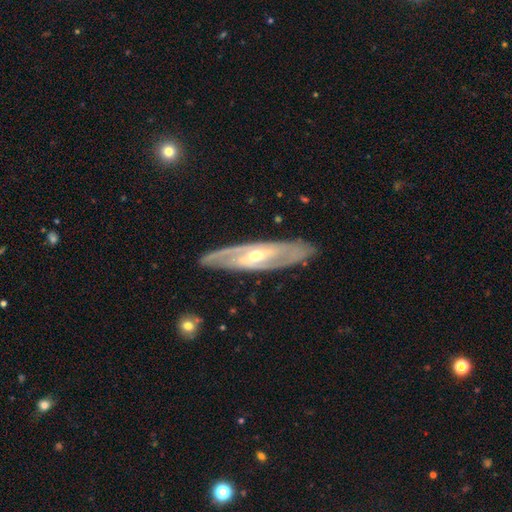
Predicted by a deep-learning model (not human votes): Morphology: type=featured or disk (84%); edge-on=no (77%); bar=no (45%); spiral arms=yes (86%); winding=tight (45%); arm count=2 (73%); bulge=moderate (52%); merging=none (85%).